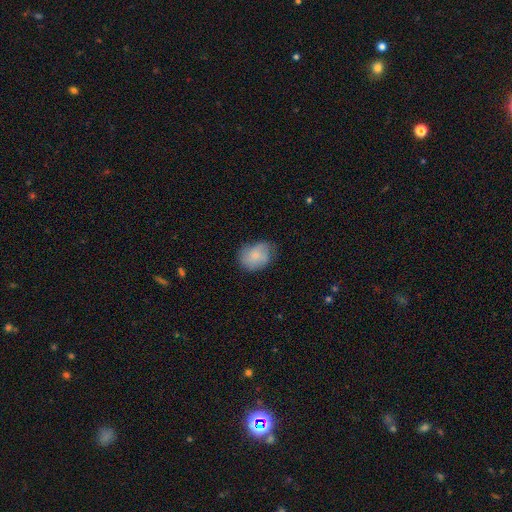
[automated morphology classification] Smooth or featured? Predicted: smooth (p=0.74). How rounded? Predicted: in between (p=0.64). Merging? Predicted: none (p=0.61).